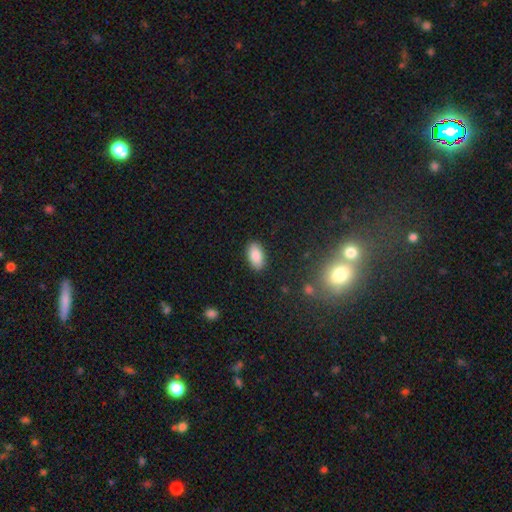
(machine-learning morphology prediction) Q: Smooth or featured?
A: smooth (86%); runner-up: star or artifact (7%)
Q: How rounded?
A: in between (93%); runner-up: round (4%)
Q: Merging?
A: none (88%); runner-up: minor disturbance (8%)